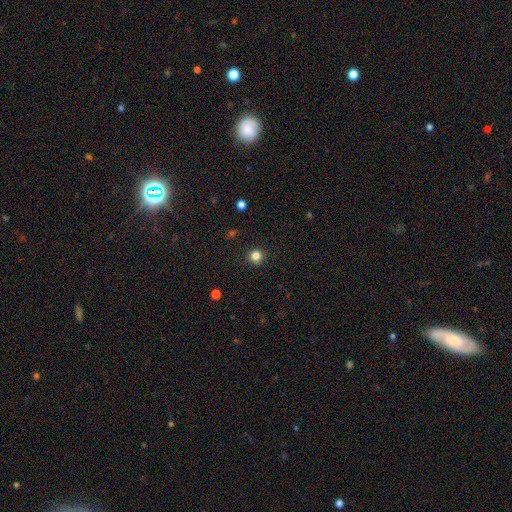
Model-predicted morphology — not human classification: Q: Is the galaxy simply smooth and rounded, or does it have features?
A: smooth — 82%.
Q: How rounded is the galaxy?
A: round — 93%.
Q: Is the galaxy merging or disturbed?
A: none — 91%.